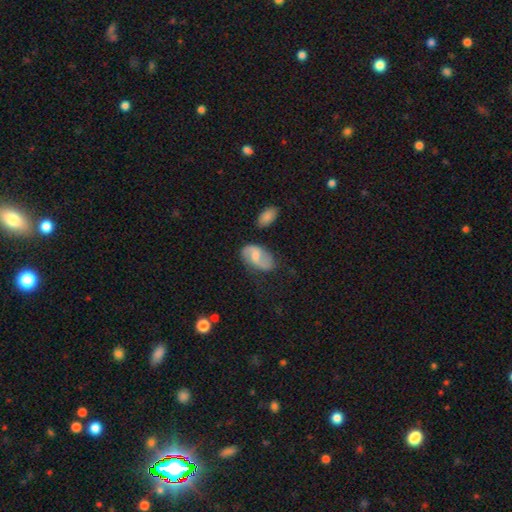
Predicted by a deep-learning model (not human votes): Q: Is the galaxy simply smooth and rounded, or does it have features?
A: featured or disk — 63%.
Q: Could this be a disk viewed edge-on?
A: no — 97%.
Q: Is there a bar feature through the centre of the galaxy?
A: weak — 53%.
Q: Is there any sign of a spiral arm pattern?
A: yes — 89%.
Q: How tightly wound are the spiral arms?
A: loose — 54%.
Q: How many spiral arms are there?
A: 2 — 87%.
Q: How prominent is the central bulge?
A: moderate — 42%.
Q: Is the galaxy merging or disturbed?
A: none — 65%.